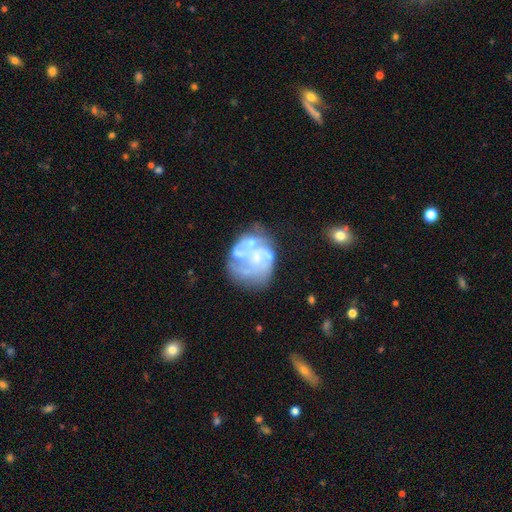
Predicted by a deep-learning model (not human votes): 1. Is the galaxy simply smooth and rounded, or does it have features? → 77% featured or disk, 15% smooth, 8% star or artifact.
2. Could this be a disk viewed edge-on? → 98% no, 2% yes.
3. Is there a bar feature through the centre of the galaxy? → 78% no, 18% weak, 4% strong.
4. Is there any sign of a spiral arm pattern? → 62% yes, 38% no.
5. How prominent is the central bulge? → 41% small, 29% none, 26% moderate, 3% large, 1% dominant.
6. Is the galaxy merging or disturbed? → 49% none, 20% minor disturbance, 20% major disturbance, 11% merger.